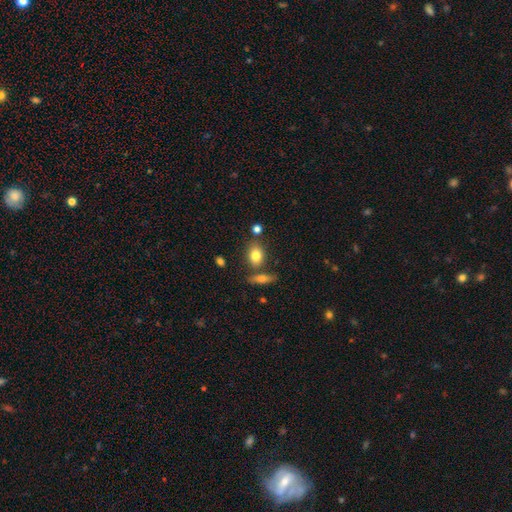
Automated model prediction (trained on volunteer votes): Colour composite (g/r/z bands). It shows a smooth galaxy with no disk features (81%) that is in between round and cigar-shaped (62%). Merging: none (69%).